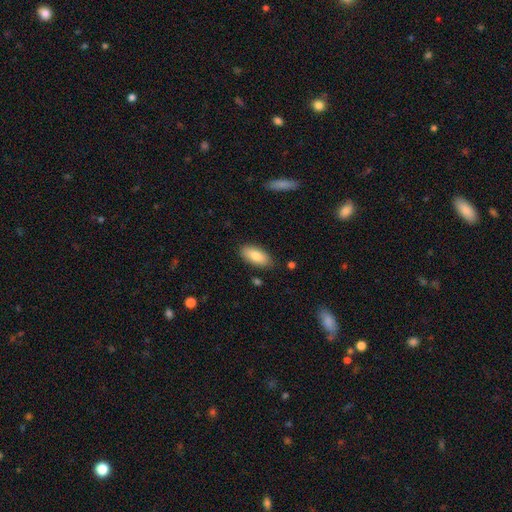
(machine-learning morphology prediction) Q: Smooth or featured?
A: smooth (82%); runner-up: featured or disk (12%)
Q: How rounded?
A: in between (89%); runner-up: cigar-shaped (8%)
Q: Merging?
A: none (85%); runner-up: minor disturbance (11%)